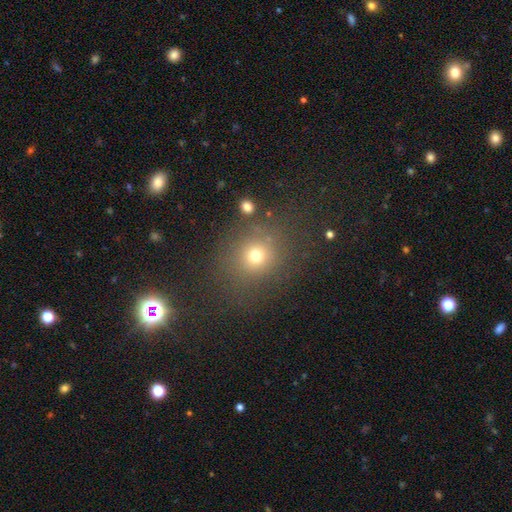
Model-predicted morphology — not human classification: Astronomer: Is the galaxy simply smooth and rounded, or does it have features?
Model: smooth — 72%.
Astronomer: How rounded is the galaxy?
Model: round — 80%.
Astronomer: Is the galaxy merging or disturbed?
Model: none — 78%.